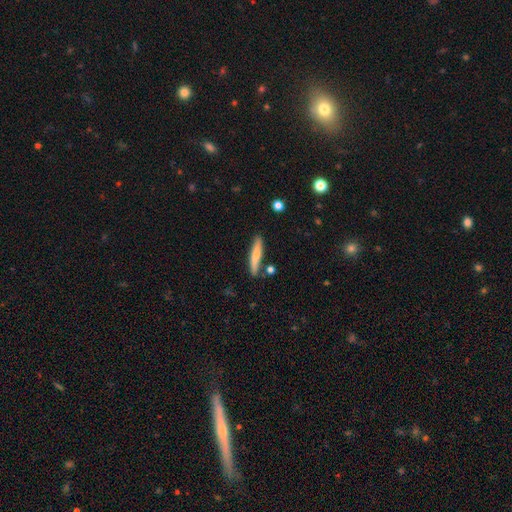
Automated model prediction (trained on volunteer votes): Overall: smooth (68%). How rounded: cigar-shaped (90%). Merging: none (81%).